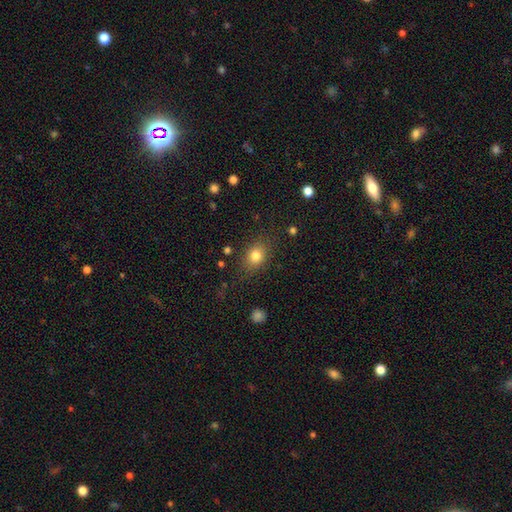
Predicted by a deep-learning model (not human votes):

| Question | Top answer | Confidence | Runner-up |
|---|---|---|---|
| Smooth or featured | smooth | 80% | star or artifact (11%) |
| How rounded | in between | 58% | round (41%) |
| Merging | none | 81% | minor disturbance (13%) |